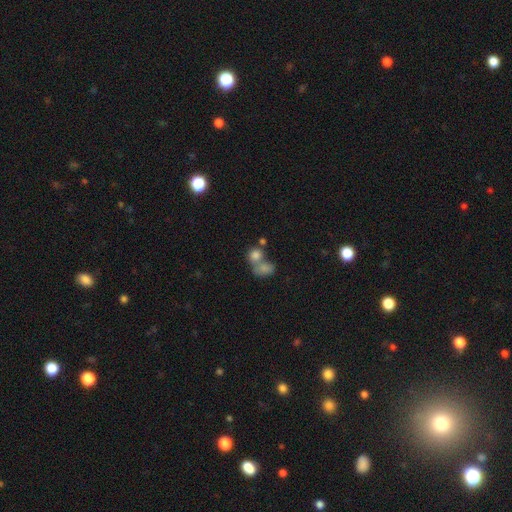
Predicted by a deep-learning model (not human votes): The model was most divided on "merging": merger: 56%, none: 32%, minor disturbance: 8%, major disturbance: 5%. More confident: smooth or featured — smooth (80%); how rounded — round (66%).